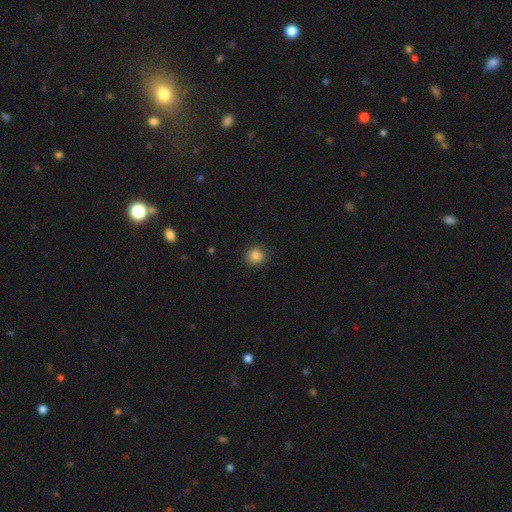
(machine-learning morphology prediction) smooth 85%, star or artifact 11%, featured or disk 4%. Down the decision tree: how rounded — round (91%); merging — none (90%).